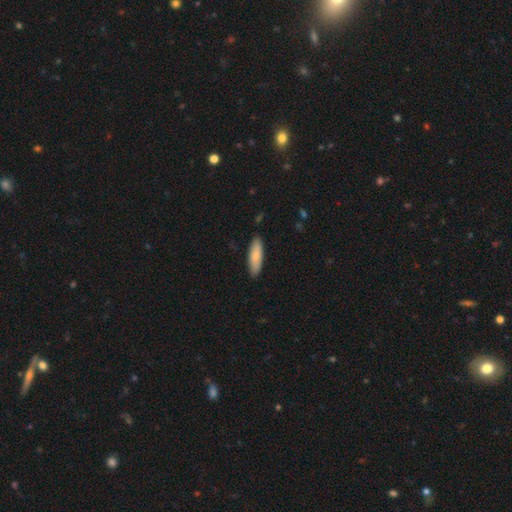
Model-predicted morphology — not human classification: A smooth galaxy with no disk features (81%) that is cigar-shaped (49%, tied with in between). Merging: none (88%).